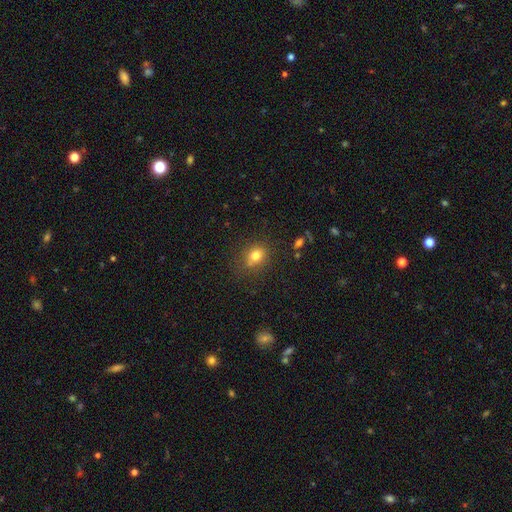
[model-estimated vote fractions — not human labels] Smooth or featured: smooth — 77% (star or artifact — 14%)
How rounded: round — 55% (in between — 44%)
Merging: none — 72% (minor disturbance — 17%)